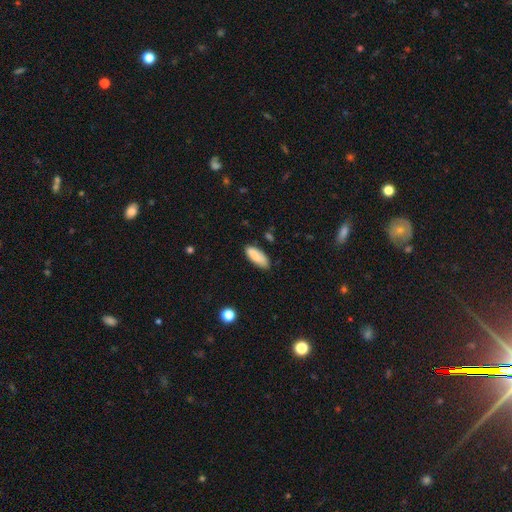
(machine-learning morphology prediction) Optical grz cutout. It shows a smooth galaxy with no disk features (82%) that is in between round and cigar-shaped (77%). Merging: none (75%).